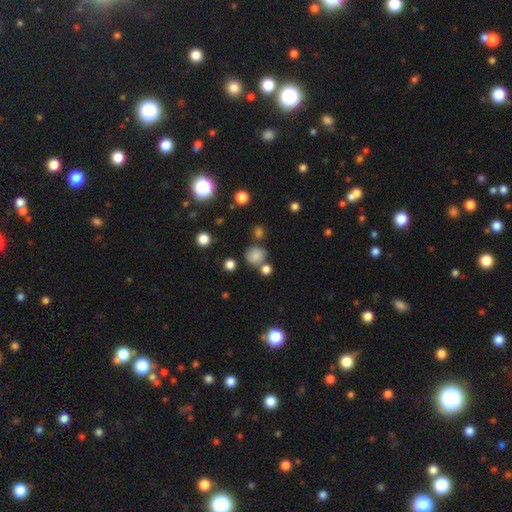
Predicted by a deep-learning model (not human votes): smooth-or-featured: smooth: 78% | star or artifact: 14% | featured or disk: 7%
  how-rounded: round: 78% | in between: 21% | cigar-shaped: 1%
  merging: none: 64% | merger: 16% | minor disturbance: 14% | major disturbance: 6%